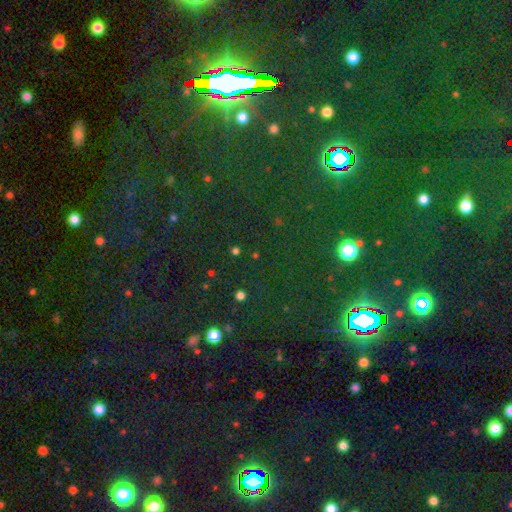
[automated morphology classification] A star or artifact, not a galaxy (70%).